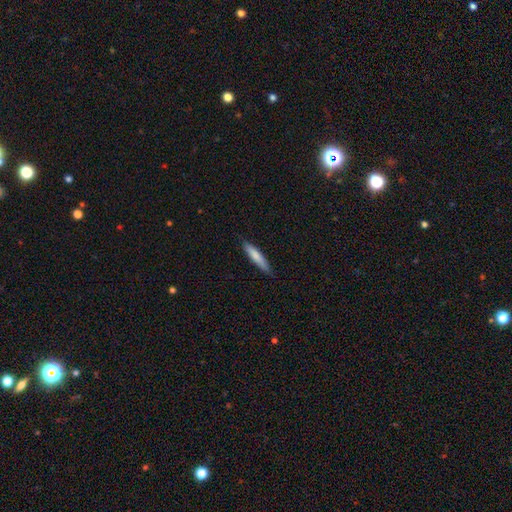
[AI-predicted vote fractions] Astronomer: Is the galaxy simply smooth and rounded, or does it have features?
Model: smooth — 77%.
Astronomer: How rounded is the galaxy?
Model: cigar-shaped — 89%.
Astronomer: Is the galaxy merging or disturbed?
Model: none — 86%.